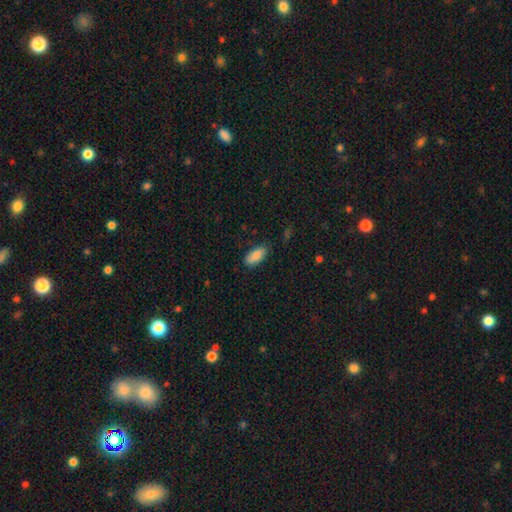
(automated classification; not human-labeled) A smooth galaxy with no disk features (87%) that is in between round and cigar-shaped (88%). Merging: none (80%).